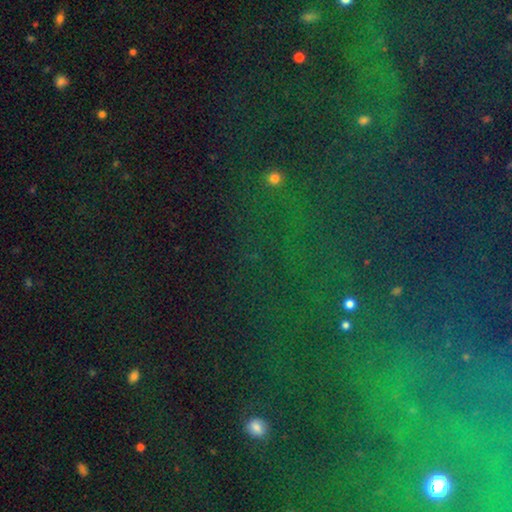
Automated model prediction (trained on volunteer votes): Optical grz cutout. It shows a star or artifact, not a galaxy (77%).